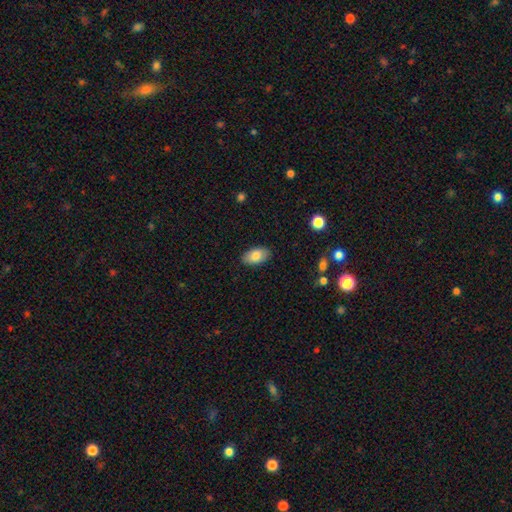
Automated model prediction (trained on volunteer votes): This is clearly a smooth galaxy (81%). How rounded: clearly in between (94%). Merging: clearly none (88%).